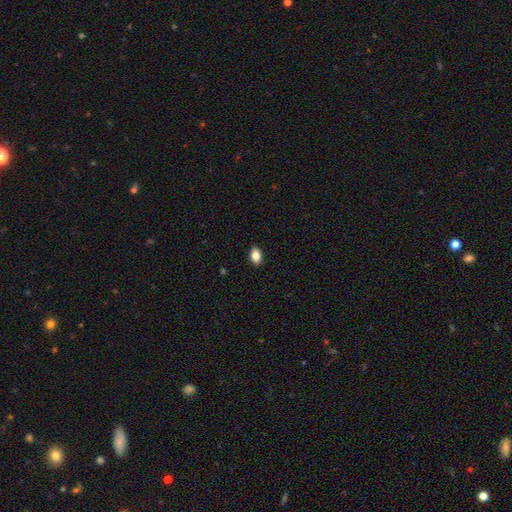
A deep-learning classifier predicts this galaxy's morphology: Smooth or featured? smooth (86%)
How rounded? in between (85%)
Merging? none (90%)